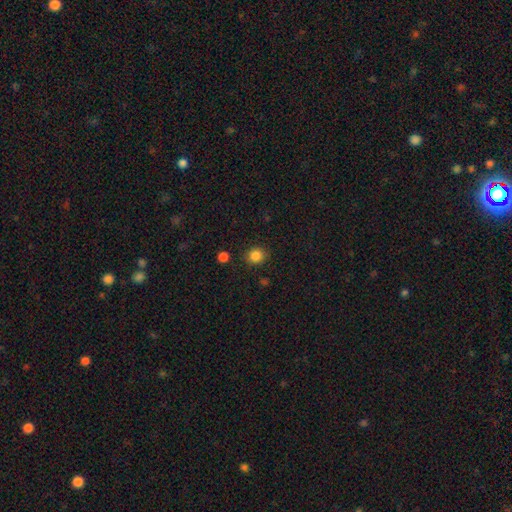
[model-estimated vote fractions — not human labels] Q: Smooth or featured?
A: smooth (85%); runner-up: star or artifact (11%)
Q: How rounded?
A: round (83%); runner-up: in between (16%)
Q: Merging?
A: none (87%); runner-up: minor disturbance (8%)